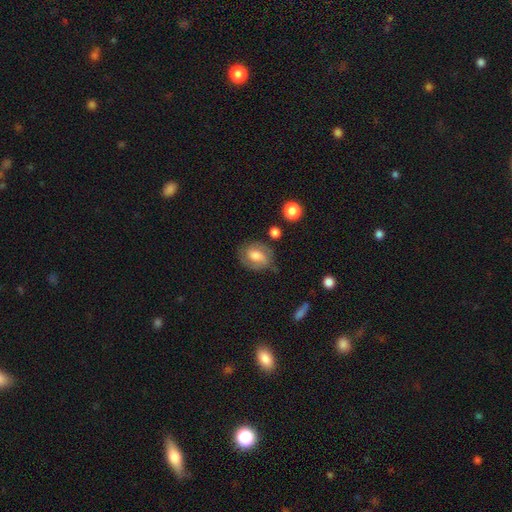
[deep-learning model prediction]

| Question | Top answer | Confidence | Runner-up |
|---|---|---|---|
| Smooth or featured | featured or disk | 50% | smooth (42%) |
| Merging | none | 65% | minor disturbance (23%) |